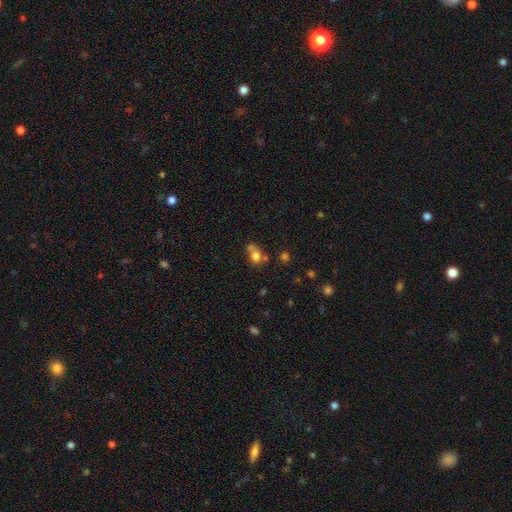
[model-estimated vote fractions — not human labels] smooth-or-featured: smooth: 73% | star or artifact: 14% | featured or disk: 13%
  how-rounded: round: 63% | in between: 36% | cigar-shaped: 1%
  merging: merger: 44% | none: 37% | minor disturbance: 13% | major disturbance: 7%